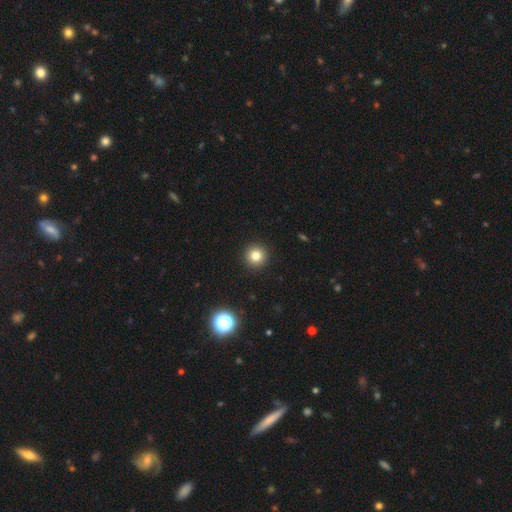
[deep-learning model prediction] The model was most divided on "smooth or featured": smooth: 81%, star or artifact: 13%, featured or disk: 7%. More confident: how rounded — round (95%); merging — none (93%).